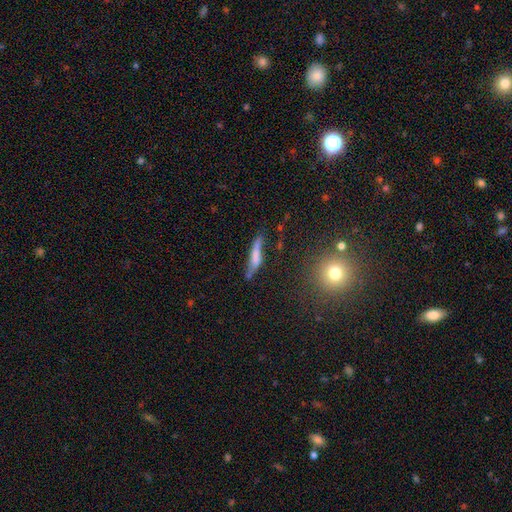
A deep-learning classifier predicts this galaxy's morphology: This appears to be a smooth galaxy with no disk features (55%) that is cigar-shaped (83%). Merging: none (52%).